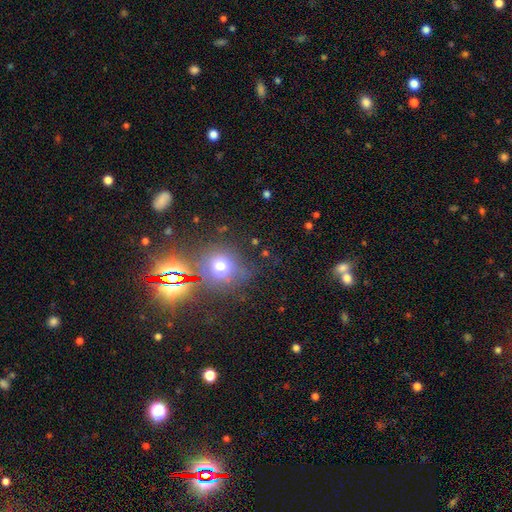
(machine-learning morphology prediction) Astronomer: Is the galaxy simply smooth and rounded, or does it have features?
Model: star or artifact — 60%.